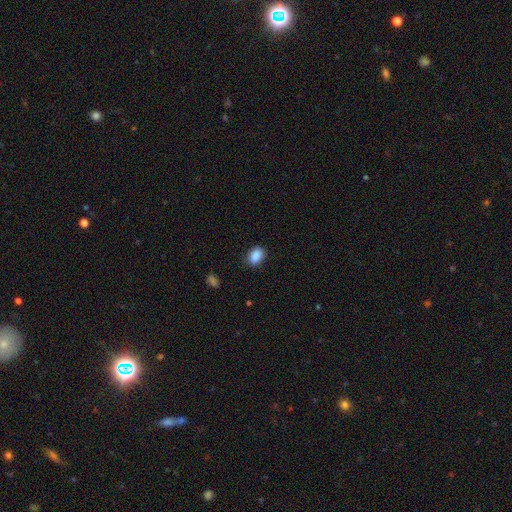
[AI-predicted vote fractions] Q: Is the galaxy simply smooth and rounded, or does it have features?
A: smooth — 89%.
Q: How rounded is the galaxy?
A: in between — 78%.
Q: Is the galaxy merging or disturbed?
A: none — 84%.